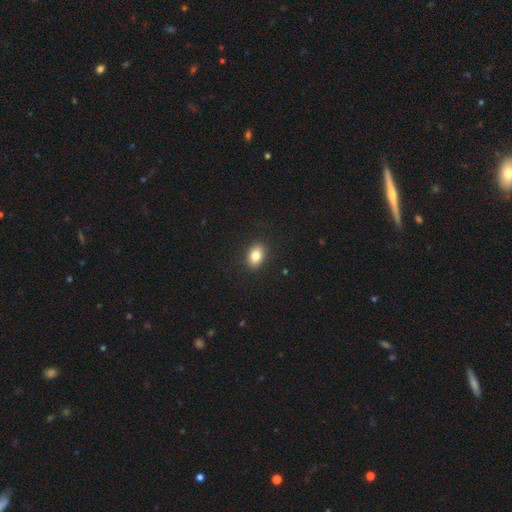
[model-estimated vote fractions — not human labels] This is clearly a smooth galaxy (82%). How rounded: likely in between (79%). Merging: clearly none (89%).